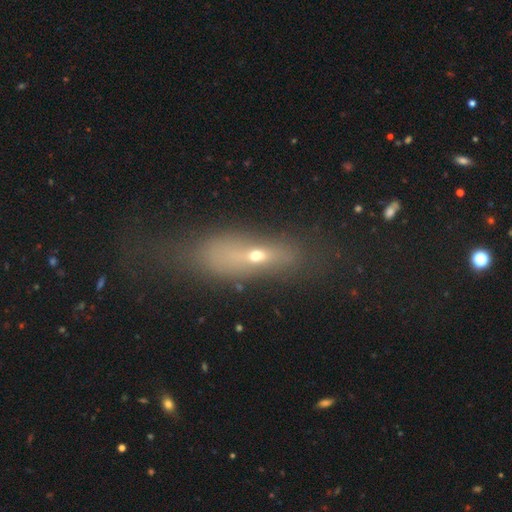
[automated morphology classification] Smooth or featured: smooth — 49% (featured or disk — 31%)
Merging: none — 43% (major disturbance — 26%)